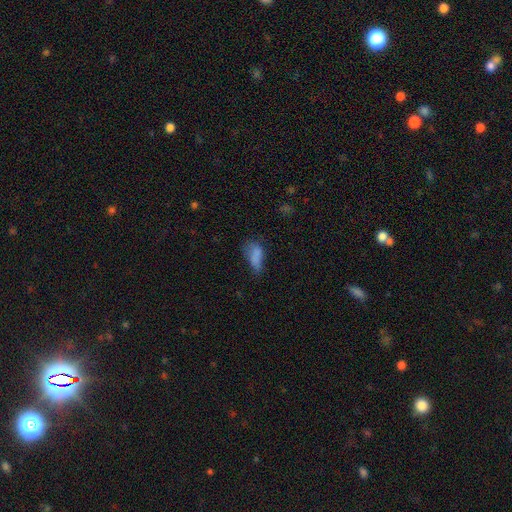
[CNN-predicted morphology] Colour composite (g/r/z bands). It shows a smooth galaxy with no disk features (74%) that is in between round and cigar-shaped (83%). Merging: minor disturbance (33%).